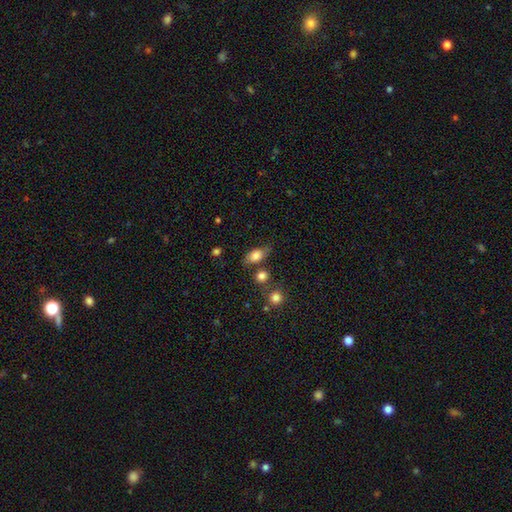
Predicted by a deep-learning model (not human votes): Smooth or featured? Predicted: smooth (p=0.78). How rounded? Predicted: in between (p=0.83). Merging? Predicted: none (p=0.63).